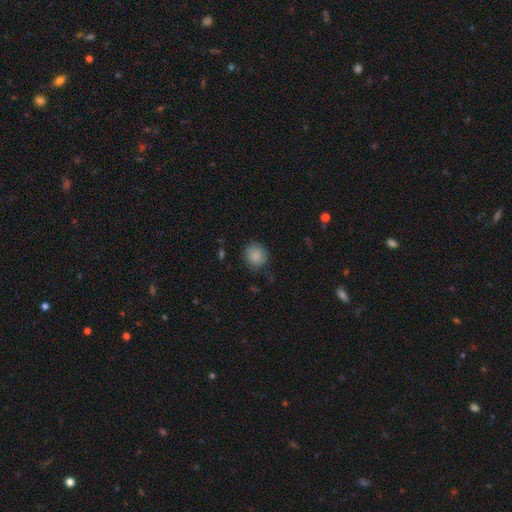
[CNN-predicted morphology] smooth-or-featured: smooth: 86% | star or artifact: 8% | featured or disk: 6%
  how-rounded: round: 85% | in between: 14% | cigar-shaped: 1%
  merging: none: 78% | minor disturbance: 16% | major disturbance: 4% | merger: 1%